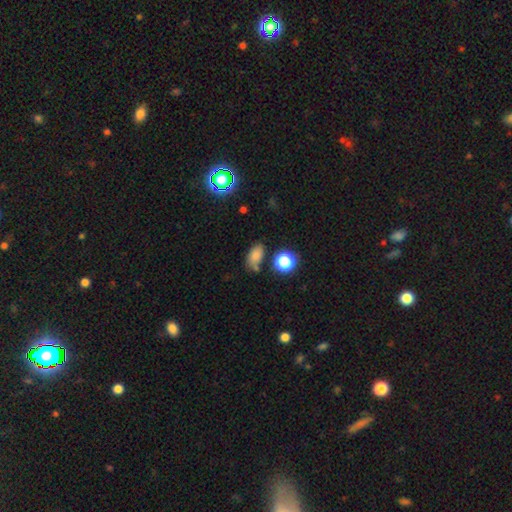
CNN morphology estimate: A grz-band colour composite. It shows a smooth galaxy with no disk features (77%) that is in between round and cigar-shaped (83%). Merging: none (60%).